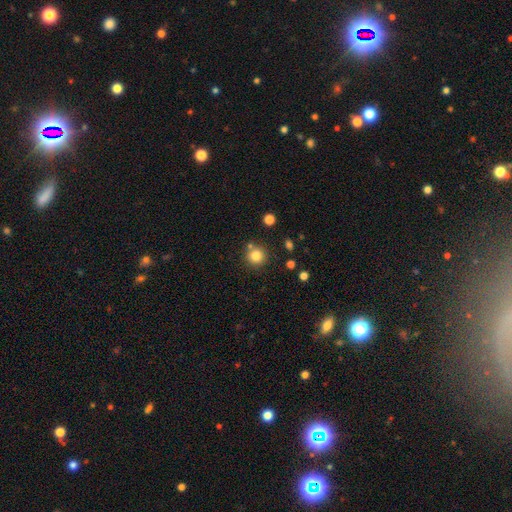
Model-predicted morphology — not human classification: The model was most divided on "smooth or featured": smooth: 81%, star or artifact: 12%, featured or disk: 7%. More confident: how rounded — round (94%); merging — none (80%).